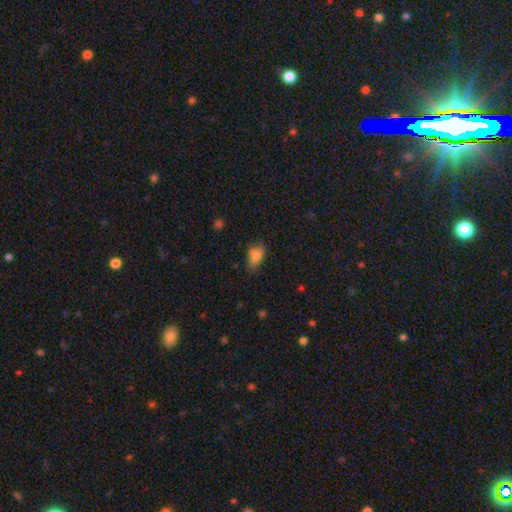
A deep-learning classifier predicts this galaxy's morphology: Smooth or featured: smooth — 80% (featured or disk — 11%)
How rounded: in between — 86% (round — 10%)
Merging: none — 59% (minor disturbance — 30%)